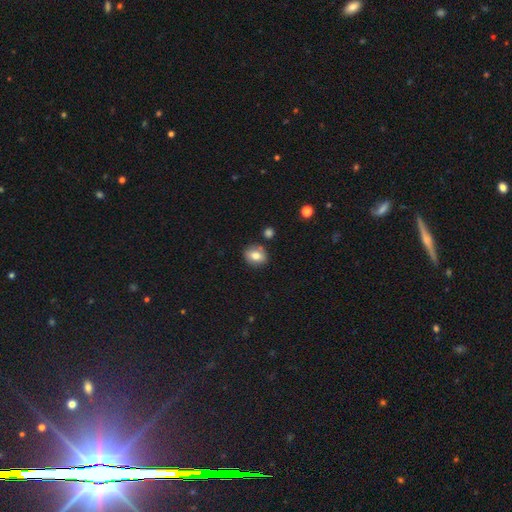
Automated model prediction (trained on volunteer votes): Smooth or featured: smooth — 75% (featured or disk — 16%)
How rounded: round — 54% (in between — 44%)
Merging: none — 78% (minor disturbance — 12%)